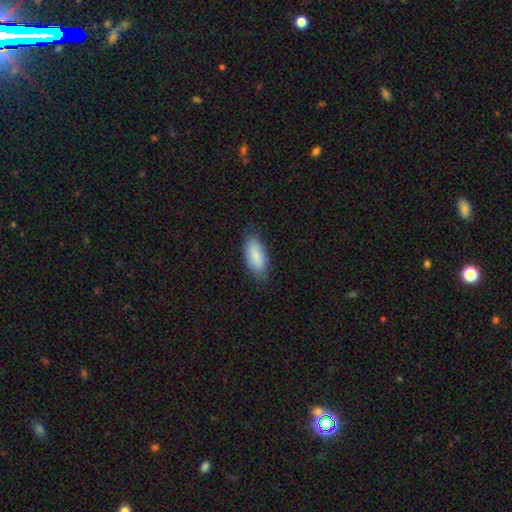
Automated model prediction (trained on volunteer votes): Q: Smooth or featured?
A: smooth (88%); runner-up: featured or disk (7%)
Q: How rounded?
A: in between (86%); runner-up: cigar-shaped (12%)
Q: Merging?
A: none (80%); runner-up: minor disturbance (16%)